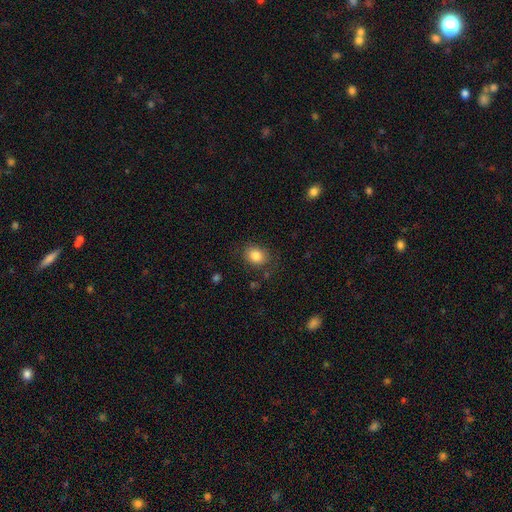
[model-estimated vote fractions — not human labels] Overall: smooth (84%). How rounded: round (50%; in between 49%). Merging: none (80%).